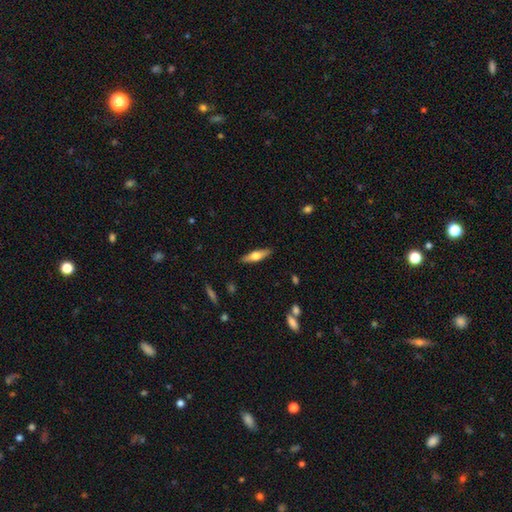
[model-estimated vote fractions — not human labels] smooth_or_featured: smooth (p=0.47) [tied with: featured or disk p=0.47]
merging: none (p=0.89) [alt: minor disturbance p=0.08]